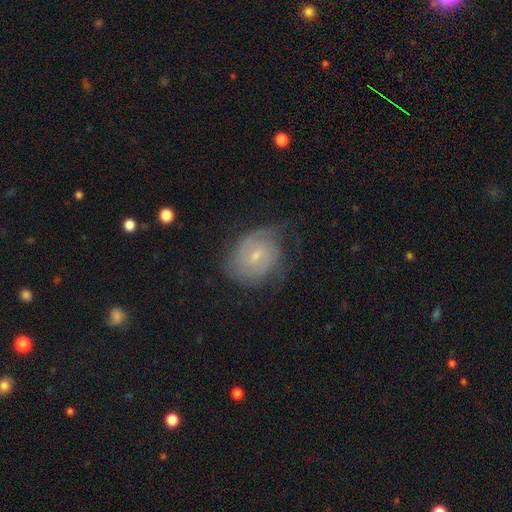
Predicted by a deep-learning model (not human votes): This appears to be a featured or disk galaxy (71%) with no bar (56%), tight (58%) spiral arms (90%) and a small central bulge (72%). Merging: none (61%).